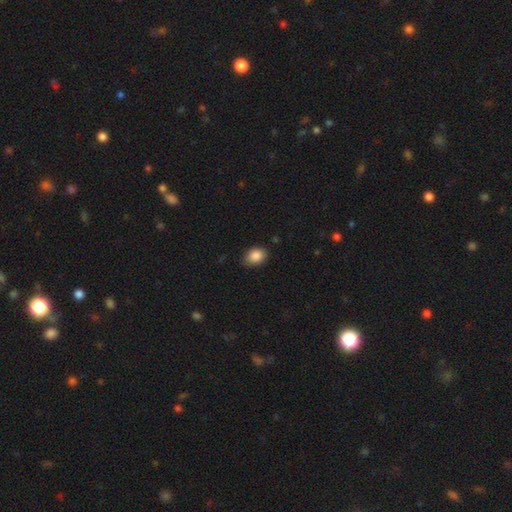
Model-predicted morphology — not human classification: Smooth or featured: smooth — 88% (star or artifact — 8%)
How rounded: in between — 72% (round — 27%)
Merging: none — 79% (minor disturbance — 17%)